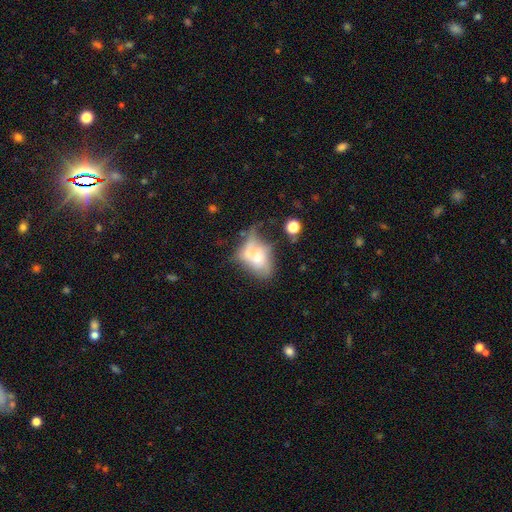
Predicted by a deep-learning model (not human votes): This appears to be a smooth galaxy with no disk features (47%). Merging: none (30%).